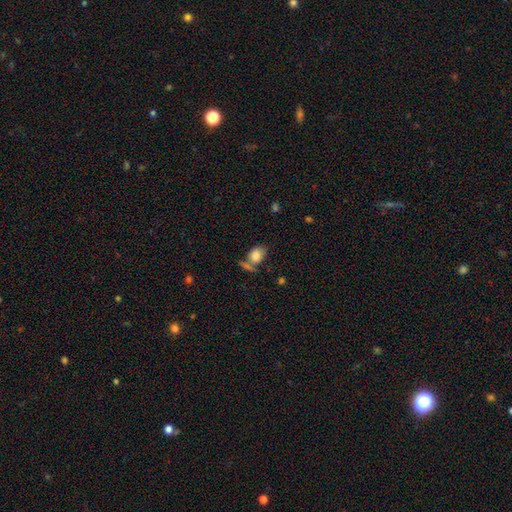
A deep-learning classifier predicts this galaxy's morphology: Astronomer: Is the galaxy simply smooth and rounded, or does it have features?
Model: smooth — 81%.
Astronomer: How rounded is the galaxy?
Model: in between — 76%.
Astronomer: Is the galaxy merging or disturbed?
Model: none — 44% (runner-up: merger, 30%).